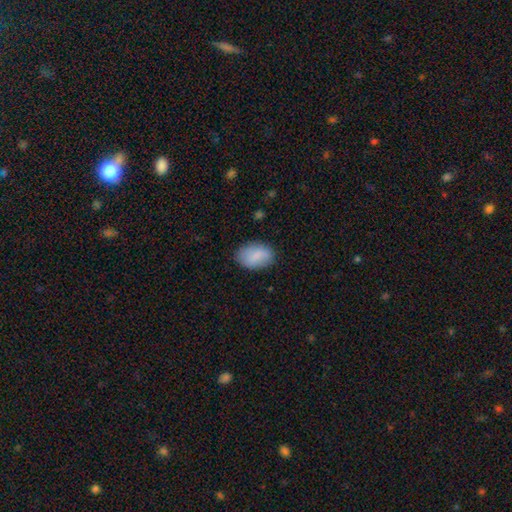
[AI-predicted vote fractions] Smooth or featured?
  - smooth: 83% *
  - featured or disk: 10%
  - star or artifact: 7%
How rounded?
  - in between: 89% *
  - round: 10%
  - cigar-shaped: 1%
Merging?
  - none: 78% *
  - minor disturbance: 16%
  - major disturbance: 4%
  - merger: 1%